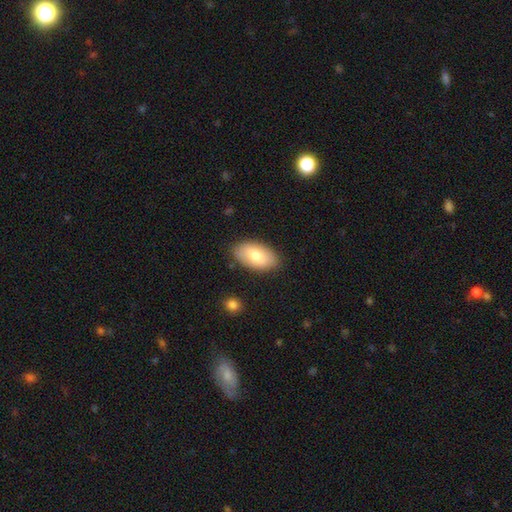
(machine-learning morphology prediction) Q: Smooth or featured?
A: smooth (73%); runner-up: featured or disk (21%)
Q: How rounded?
A: in between (94%); runner-up: round (4%)
Q: Merging?
A: none (85%); runner-up: minor disturbance (11%)